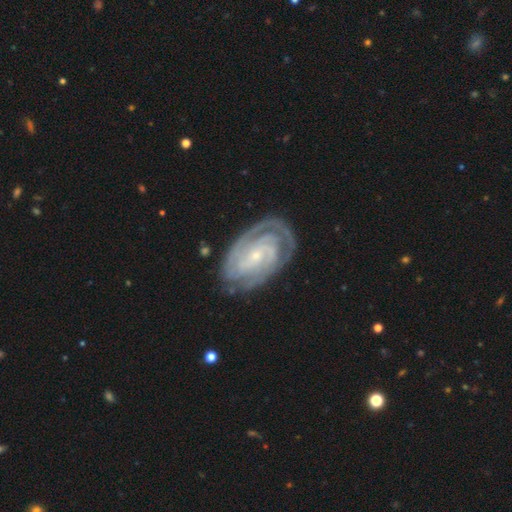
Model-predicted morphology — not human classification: Smooth or featured? featured or disk (89%)
Edge-on disk? no (96%)
Bar? no (50%)
Spiral arms? yes (98%)
Spiral winding? tight (77%)
Spiral arm count? 2 (41%)
Bulge size? small (80%)
Merging? none (76%)